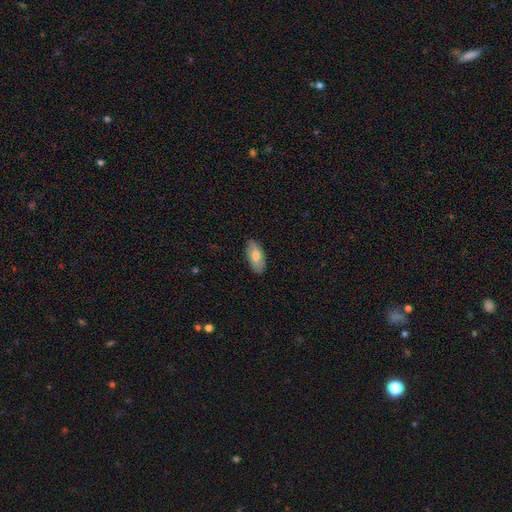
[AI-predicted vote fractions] A smooth galaxy with no disk features (61%) that is in between round and cigar-shaped (90%).

Vote fractions:
- Smooth or featured? smooth: 61% / featured or disk: 33% / star or artifact: 6%
- How rounded? in between: 90% / cigar-shaped: 7% / round: 3%
- Merging? none: 85% / minor disturbance: 12% / major disturbance: 2% / merger: 1%